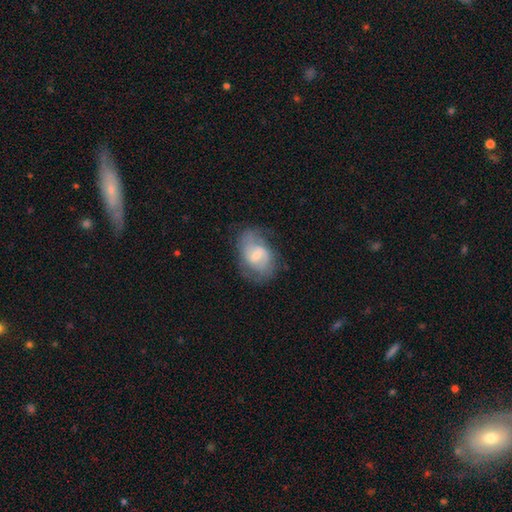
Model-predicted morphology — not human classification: The model was most divided on "bulge size": small: 46%, moderate: 38%, none: 10%, large: 5%, dominant: 1%. Remaining: edge-on disk — no (97%); spiral arms — yes (83%); spiral arm count — 2 (69%); smooth or featured — featured or disk (66%); merging — none (62%); bar — weak (59%); spiral winding — medium (46%).